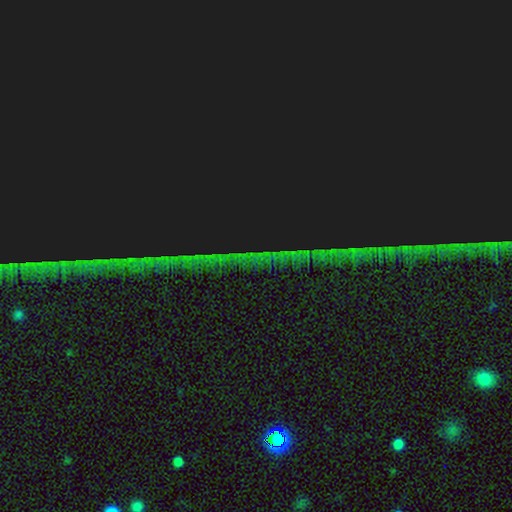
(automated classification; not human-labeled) A star or artifact, not a galaxy (85%).